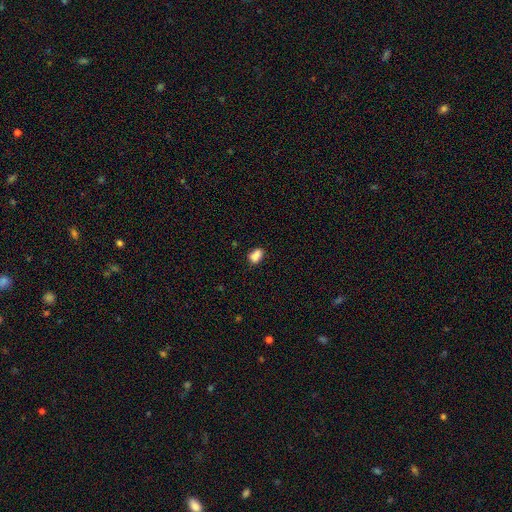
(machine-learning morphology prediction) A smooth galaxy with no disk features (86%) that is in between round and cigar-shaped (83%).

Vote fractions:
- Smooth or featured? smooth: 86% / star or artifact: 10% / featured or disk: 4%
- How rounded? in between: 83% / round: 15% / cigar-shaped: 2%
- Merging? none: 71% / minor disturbance: 20% / merger: 4% / major disturbance: 4%